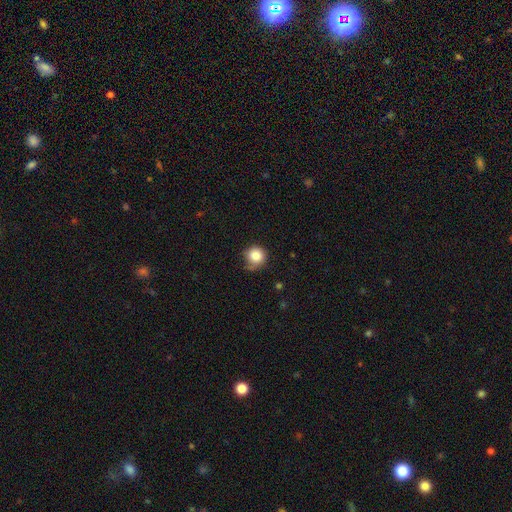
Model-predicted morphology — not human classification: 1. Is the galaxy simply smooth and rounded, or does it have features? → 85% smooth, 10% star or artifact, 5% featured or disk.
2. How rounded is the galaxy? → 90% round, 9% in between, 1% cigar-shaped.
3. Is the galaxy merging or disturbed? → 62% none, 29% minor disturbance, 7% major disturbance, 3% merger.